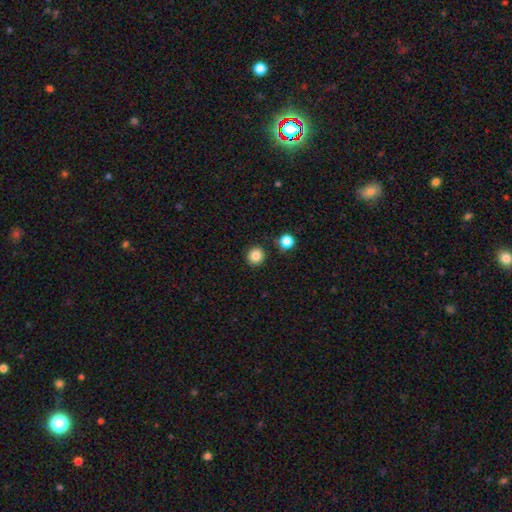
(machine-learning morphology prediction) smooth-or-featured: smooth: 84% | star or artifact: 11% | featured or disk: 5%
  how-rounded: round: 93% | in between: 6% | cigar-shaped: 1%
  merging: none: 90% | minor disturbance: 6% | merger: 3% | major disturbance: 2%